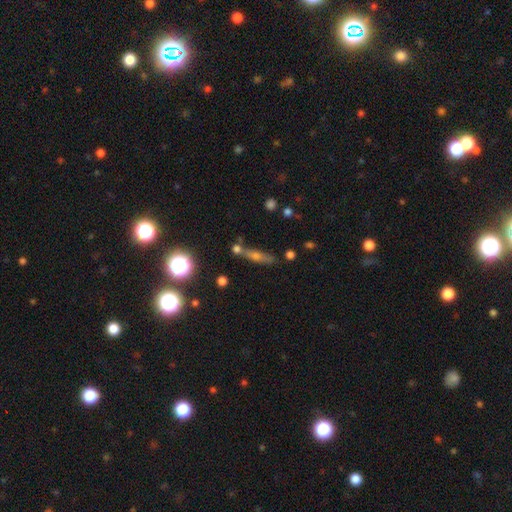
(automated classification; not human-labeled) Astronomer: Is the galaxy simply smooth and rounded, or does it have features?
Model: smooth — 41% (runner-up: featured or disk, 38%).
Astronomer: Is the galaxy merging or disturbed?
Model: none — 67%.